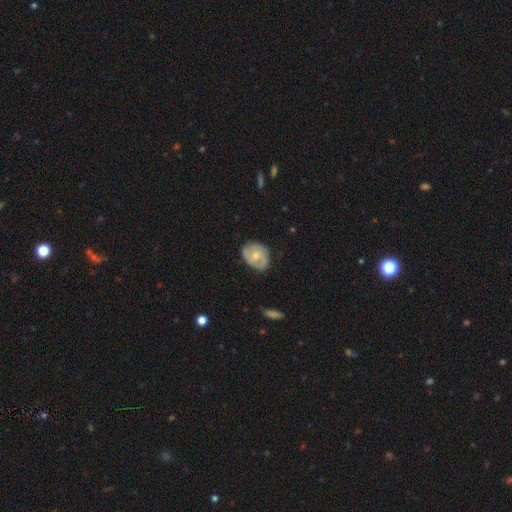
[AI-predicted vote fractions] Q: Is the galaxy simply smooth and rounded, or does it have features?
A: featured or disk — 54%.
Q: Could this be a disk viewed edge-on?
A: no — 96%.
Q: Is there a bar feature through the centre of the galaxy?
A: no — 69%.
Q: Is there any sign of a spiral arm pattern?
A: yes — 72%.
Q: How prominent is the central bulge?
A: moderate — 54%.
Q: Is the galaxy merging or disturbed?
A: none — 72%.